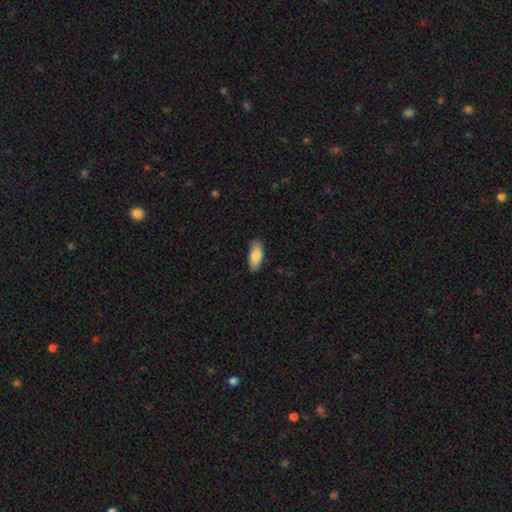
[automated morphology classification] The model was most divided on "merging": none: 82%, minor disturbance: 15%, major disturbance: 2%, merger: 1%. More confident: how rounded — in between (85%); smooth or featured — smooth (84%).